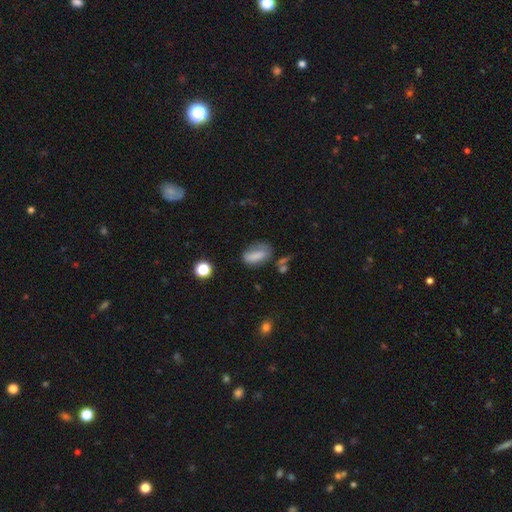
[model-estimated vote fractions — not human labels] smooth 76%, featured or disk 13%, star or artifact 11%. Down the decision tree: how rounded — in between (83%); merging — none (47%).